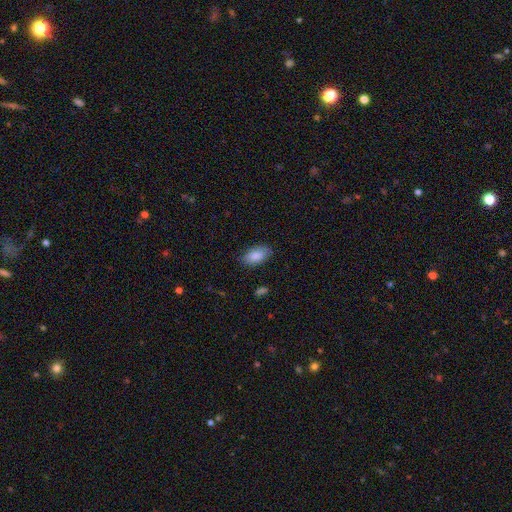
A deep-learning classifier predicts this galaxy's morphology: This is clearly a smooth galaxy (87%). How rounded: clearly in between (93%). Merging: clearly none (82%).